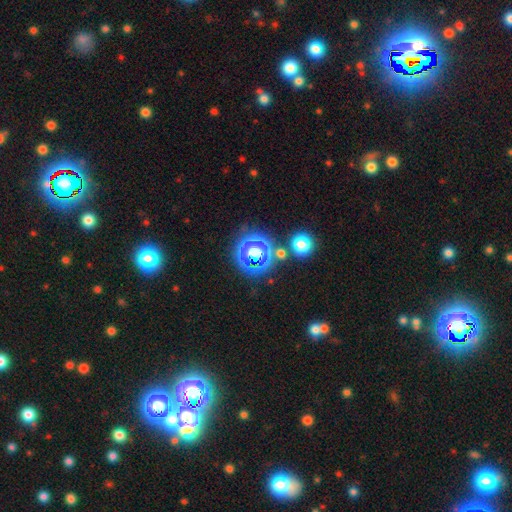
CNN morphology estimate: A star or artifact, not a galaxy (67%).